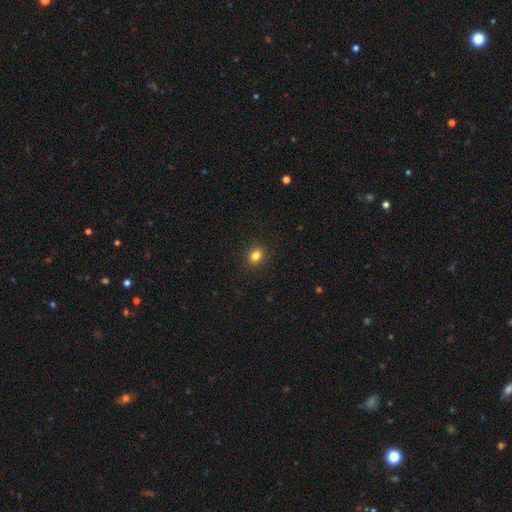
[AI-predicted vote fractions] A smooth galaxy with no disk features (82%) that is round (70%). Merging: none (91%).